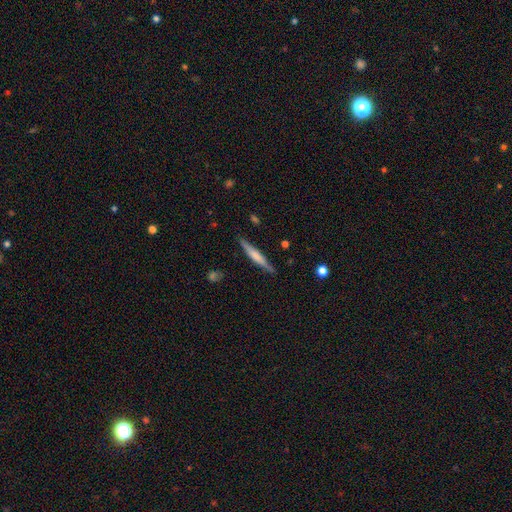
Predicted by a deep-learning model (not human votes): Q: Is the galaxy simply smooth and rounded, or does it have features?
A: smooth — 49%.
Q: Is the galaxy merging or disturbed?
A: none — 87%.